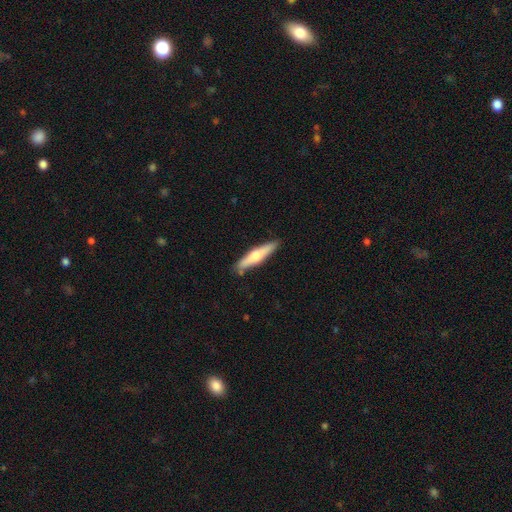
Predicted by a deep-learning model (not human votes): smooth 49%, featured or disk 46%, star or artifact 5%. Down the decision tree: merging — none (85%).